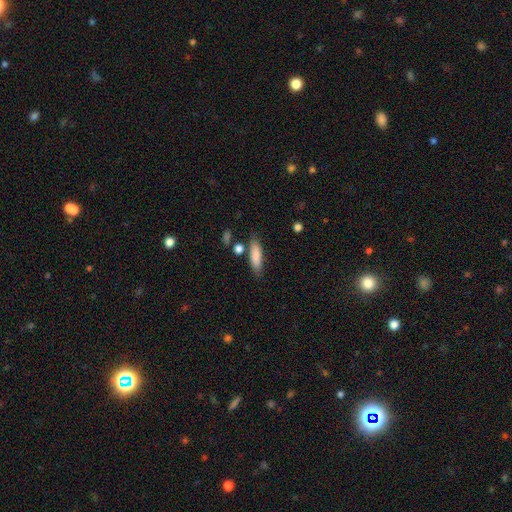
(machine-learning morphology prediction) smooth-or-featured: smooth: 84% | featured or disk: 10% | star or artifact: 6%
  how-rounded: cigar-shaped: 52% | in between: 46% | round: 2%
  merging: none: 76% | minor disturbance: 13% | merger: 7% | major disturbance: 4%